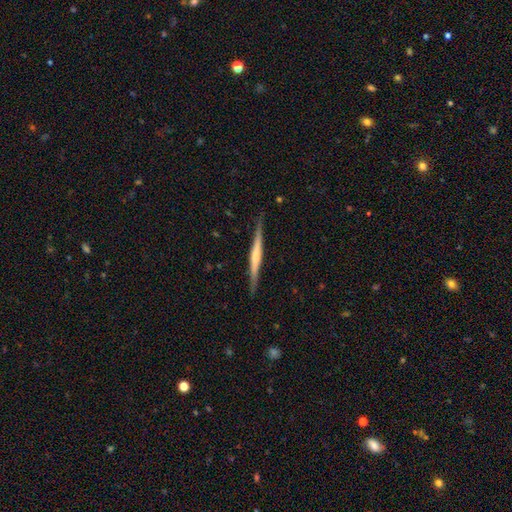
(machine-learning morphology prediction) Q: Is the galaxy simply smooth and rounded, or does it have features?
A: featured or disk — 65%.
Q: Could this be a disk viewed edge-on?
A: yes — 98%.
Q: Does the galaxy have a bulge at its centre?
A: none — 40%.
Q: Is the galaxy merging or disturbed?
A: none — 88%.